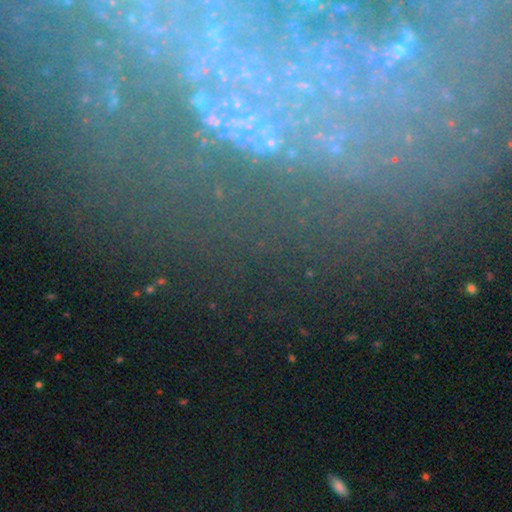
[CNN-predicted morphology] smooth-or-featured: star or artifact: 52% | featured or disk: 30% | smooth: 18%